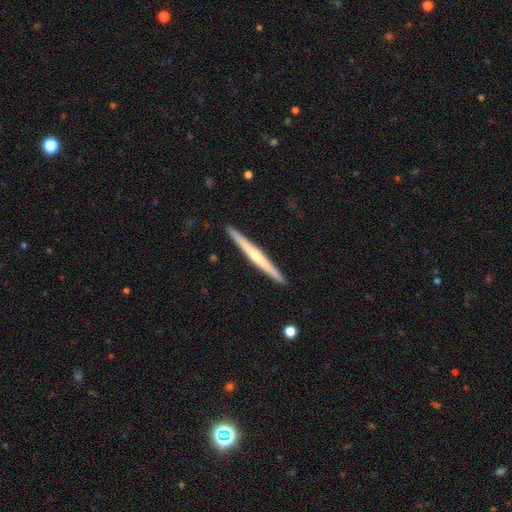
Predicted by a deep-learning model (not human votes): This appears to be a featured or disk galaxy (64%) viewed edge-on (98%) with a rounded central bulge (59%). Merging: none (91%).